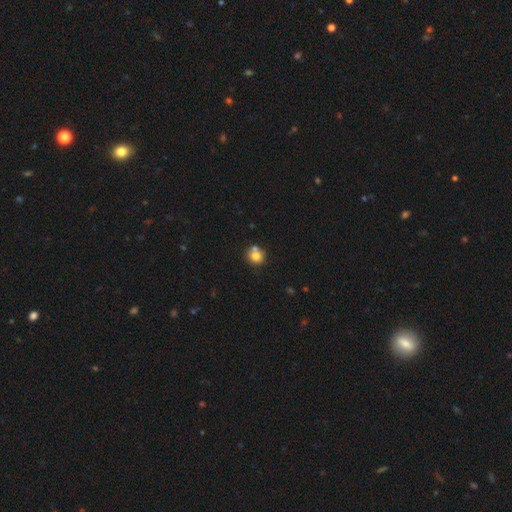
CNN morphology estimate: smooth_or_featured: smooth (p=0.77) [alt: featured or disk p=0.12]
how_rounded: round (p=0.87) [alt: in between p=0.12]
merging: none (p=0.59) [alt: merger p=0.28]